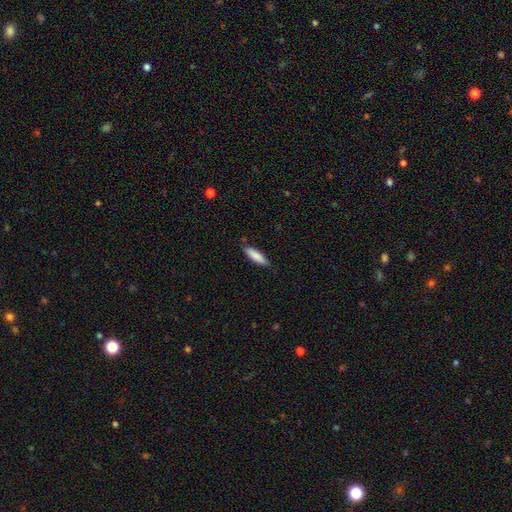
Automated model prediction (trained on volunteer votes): The model was most divided on "how rounded": cigar-shaped: 62%, in between: 37%, round: 1%. More confident: smooth or featured — smooth (84%); merging — none (82%).